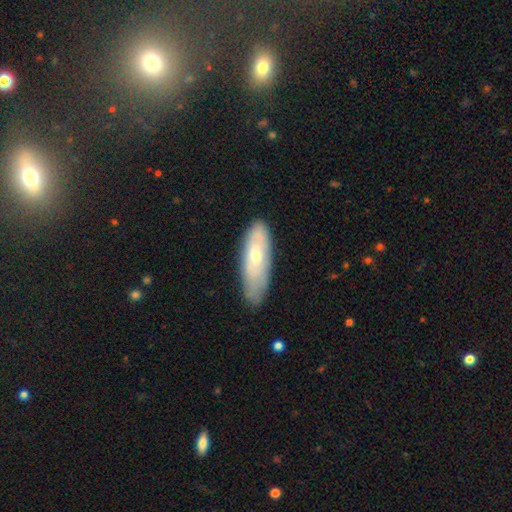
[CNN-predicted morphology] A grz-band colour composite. It shows a smooth galaxy with no disk features (56%) that is in between round and cigar-shaped (57%). Merging: none (68%).